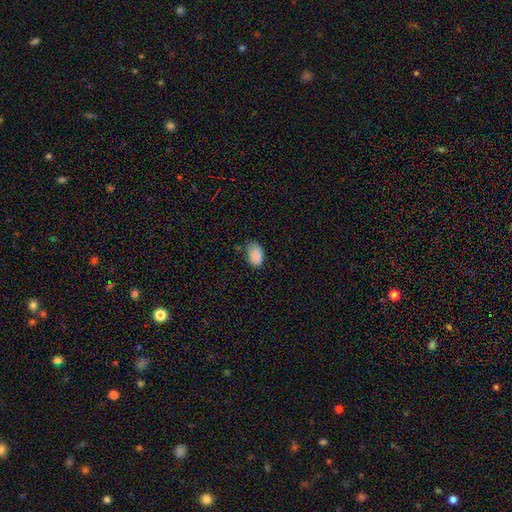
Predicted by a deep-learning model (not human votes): The model was most divided on "merging": none: 68%, minor disturbance: 26%, major disturbance: 4%, merger: 2%. More confident: how rounded — in between (89%); smooth or featured — smooth (89%).